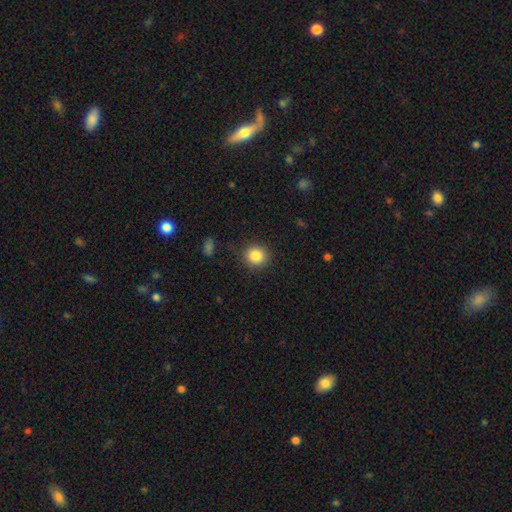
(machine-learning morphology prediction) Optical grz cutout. It shows a smooth galaxy with no disk features (85%) that is round (88%). Merging: none (87%).